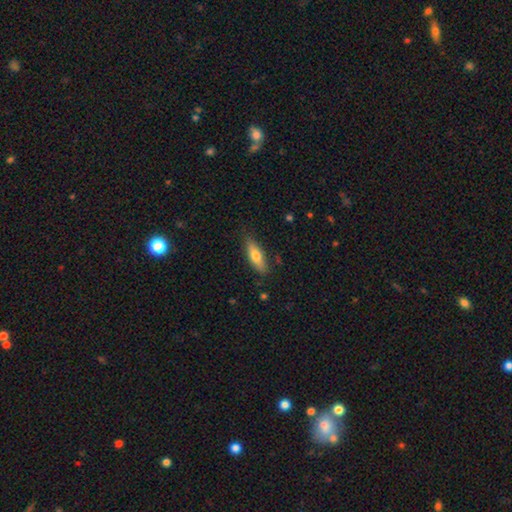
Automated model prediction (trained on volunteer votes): A smooth galaxy with no disk features (67%) that is in between round and cigar-shaped (54%).

Vote fractions:
- Smooth or featured? smooth: 67% / featured or disk: 27% / star or artifact: 6%
- How rounded? in between: 54% / cigar-shaped: 43% / round: 3%
- Merging? none: 83% / minor disturbance: 13% / major disturbance: 3% / merger: 1%